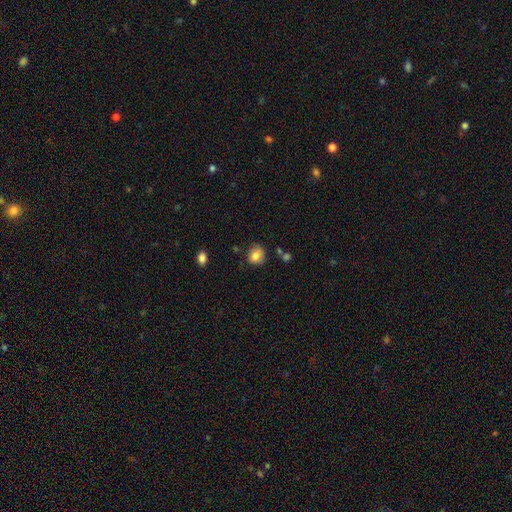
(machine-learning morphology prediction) Q: Smooth or featured?
A: smooth (81%); runner-up: featured or disk (9%)
Q: How rounded?
A: round (76%); runner-up: in between (23%)
Q: Merging?
A: none (74%); runner-up: minor disturbance (18%)